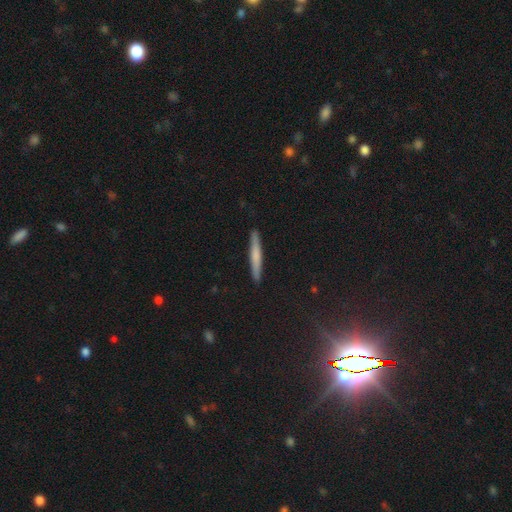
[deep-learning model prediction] Overall: smooth (61%; featured or disk 33%). How rounded: cigar-shaped (95%). Merging: none (91%).